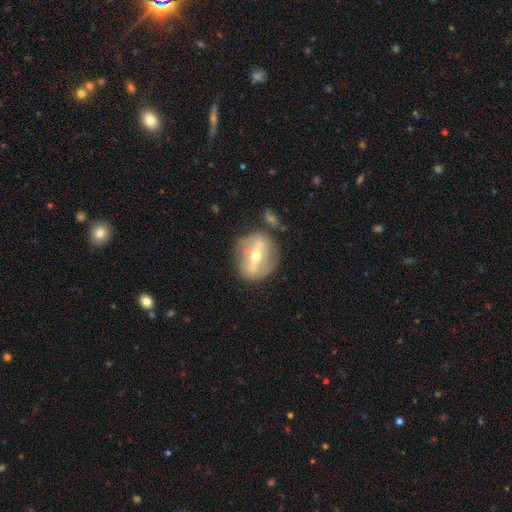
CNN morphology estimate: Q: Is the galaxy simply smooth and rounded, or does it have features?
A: featured or disk — 69%.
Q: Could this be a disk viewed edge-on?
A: no — 81%.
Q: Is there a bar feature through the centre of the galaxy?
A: strong — 65%.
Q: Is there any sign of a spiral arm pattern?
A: no — 72%.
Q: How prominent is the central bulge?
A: moderate — 63%.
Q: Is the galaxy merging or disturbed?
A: none — 70%.